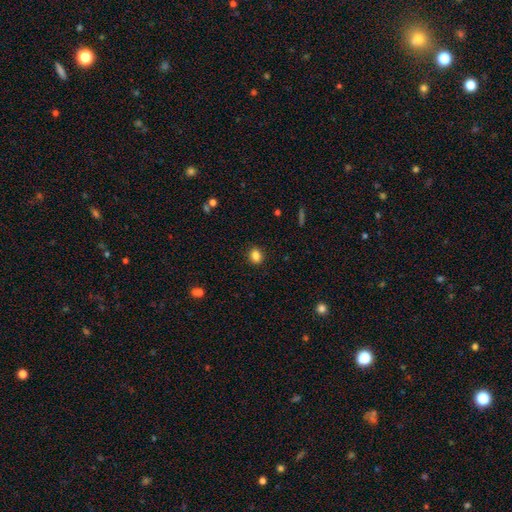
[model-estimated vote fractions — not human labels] Smooth or featured? smooth (85%)
How rounded? round (56%)
Merging? none (89%)